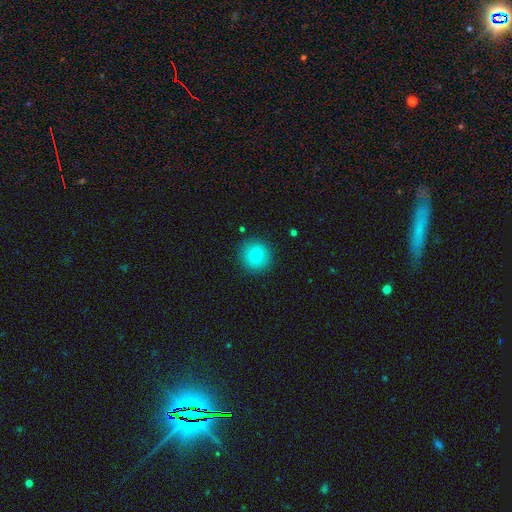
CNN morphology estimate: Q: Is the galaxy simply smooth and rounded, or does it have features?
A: smooth — 79%.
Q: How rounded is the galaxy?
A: round — 94%.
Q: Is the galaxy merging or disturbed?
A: none — 91%.